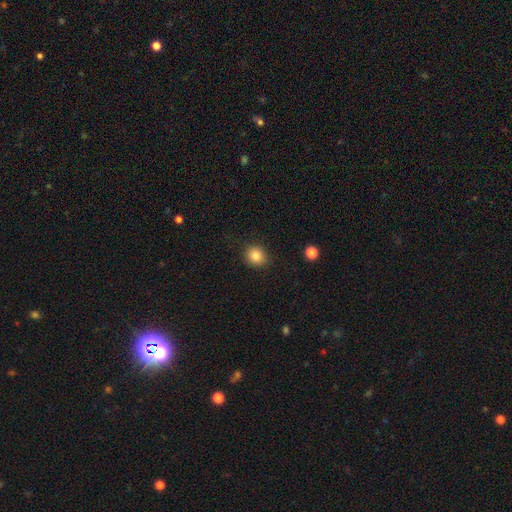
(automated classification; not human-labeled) This appears to be a smooth galaxy with no disk features (84%) that is round (80%). Merging: none (89%).